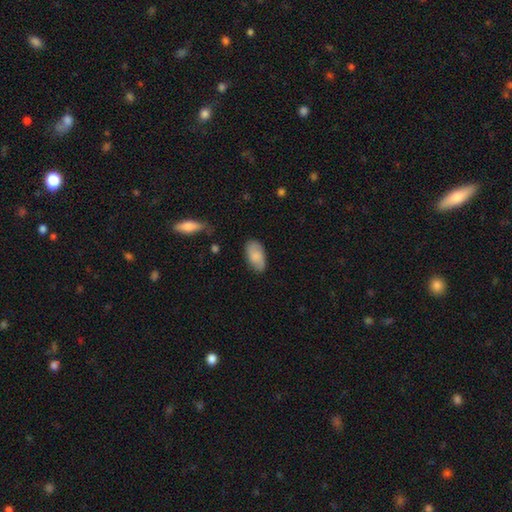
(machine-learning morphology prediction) The model was most divided on "smooth or featured": smooth: 75%, featured or disk: 19%, star or artifact: 7%. More confident: how rounded — in between (94%); merging — none (76%).